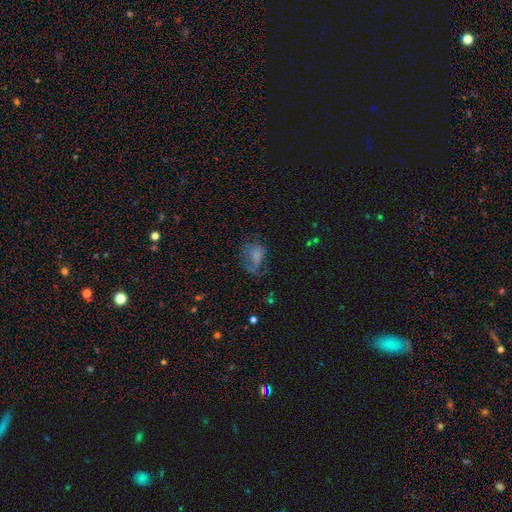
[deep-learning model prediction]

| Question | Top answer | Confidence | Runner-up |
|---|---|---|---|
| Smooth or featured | smooth | 53% | featured or disk (30%) |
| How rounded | in between | 68% | round (30%) |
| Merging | major disturbance | 41% | none (33%) |